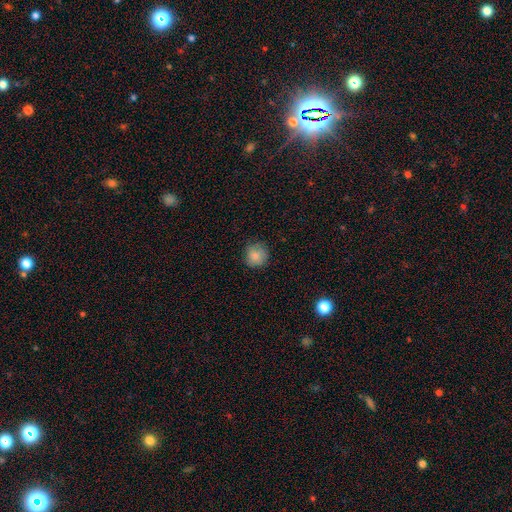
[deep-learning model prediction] smooth-or-featured: smooth: 86% | star or artifact: 9% | featured or disk: 5%
  how-rounded: round: 92% | in between: 7% | cigar-shaped: 1%
  merging: none: 83% | minor disturbance: 13% | major disturbance: 3% | merger: 1%